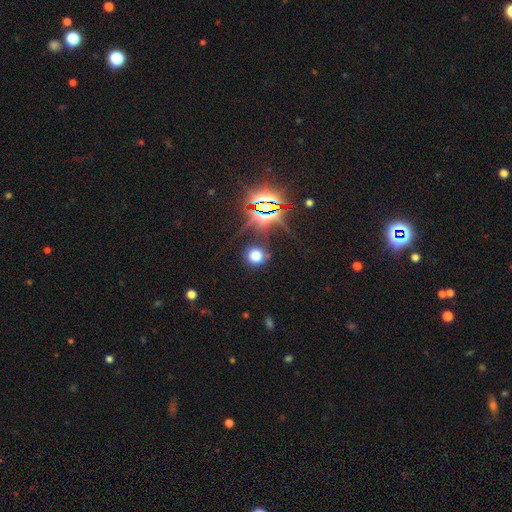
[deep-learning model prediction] Smooth or featured? Predicted: smooth (p=0.64). How rounded? Predicted: round (p=0.88). Merging? Predicted: none (p=0.78).